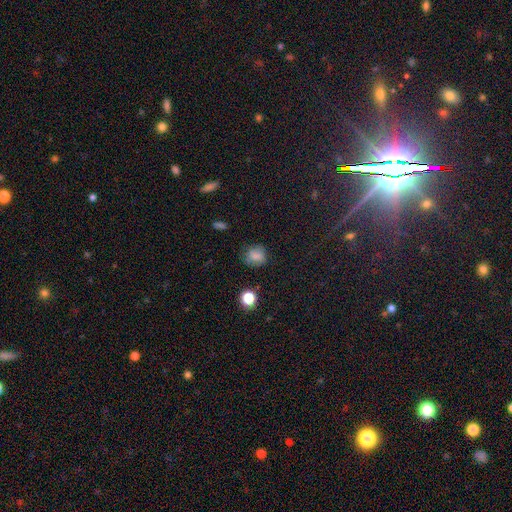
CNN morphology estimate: smooth 76%, star or artifact 14%, featured or disk 10%. Down the decision tree: how rounded — round (71%); merging — none (70%).